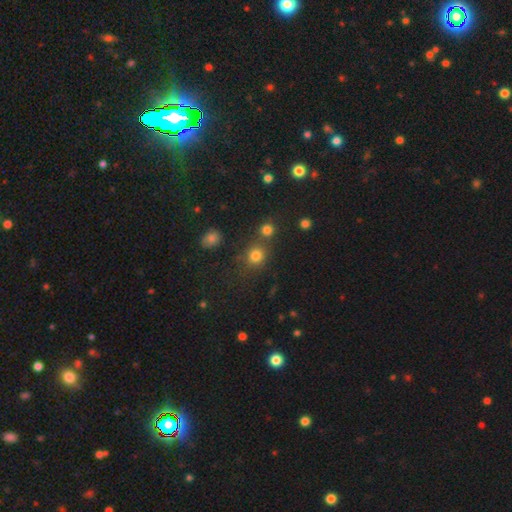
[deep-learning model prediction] smooth-or-featured: smooth: 78% | star or artifact: 16% | featured or disk: 6%
  how-rounded: round: 83% | in between: 15% | cigar-shaped: 1%
  merging: none: 66% | merger: 21% | minor disturbance: 9% | major disturbance: 4%